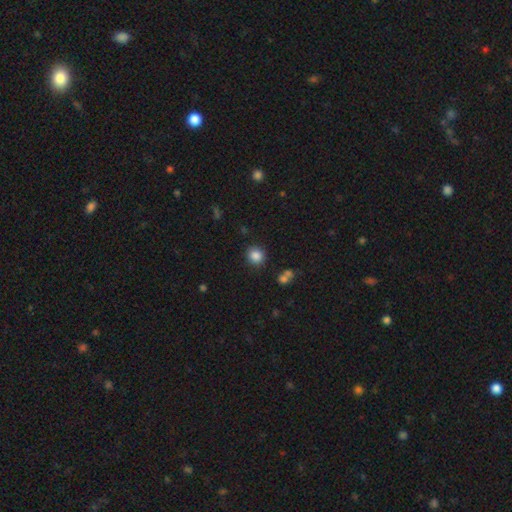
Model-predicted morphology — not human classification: smooth-or-featured: smooth: 85% | star or artifact: 11% | featured or disk: 4%
  how-rounded: round: 88% | in between: 12% | cigar-shaped: 1%
  merging: none: 87% | minor disturbance: 7% | merger: 3% | major disturbance: 2%